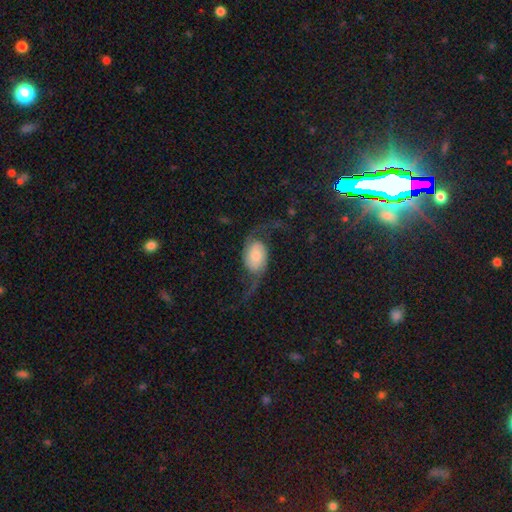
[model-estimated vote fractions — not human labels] Smooth or featured? Predicted: featured or disk (p=0.73). Edge-on disk? Predicted: no (p=0.96). Bar? Predicted: no (p=0.65). Spiral arms? Predicted: yes (p=0.93). Spiral winding? Predicted: loose (p=0.82). Spiral arm count? Predicted: 2 (p=0.93). Bulge size? Predicted: moderate (p=0.31). Merging? Predicted: none (p=0.53).